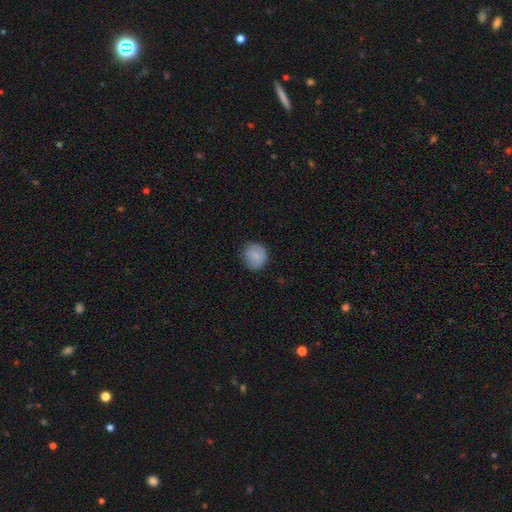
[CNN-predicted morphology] Smooth or featured? Predicted: smooth (p=0.83). How rounded? Predicted: round (p=0.87). Merging? Predicted: none (p=0.79).